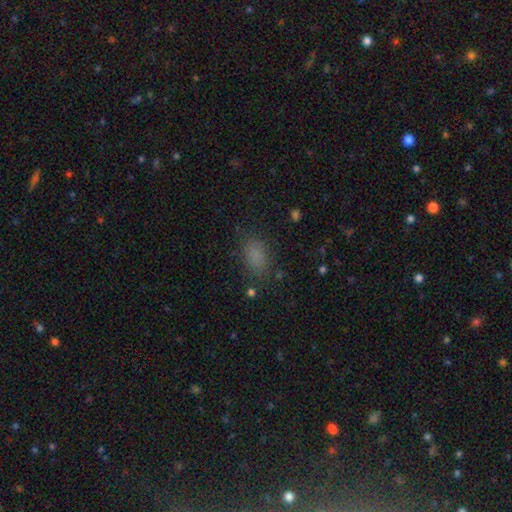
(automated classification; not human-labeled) Q: Smooth or featured?
A: smooth (81%); runner-up: star or artifact (14%)
Q: How rounded?
A: in between (85%); runner-up: round (12%)
Q: Merging?
A: none (79%); runner-up: minor disturbance (14%)